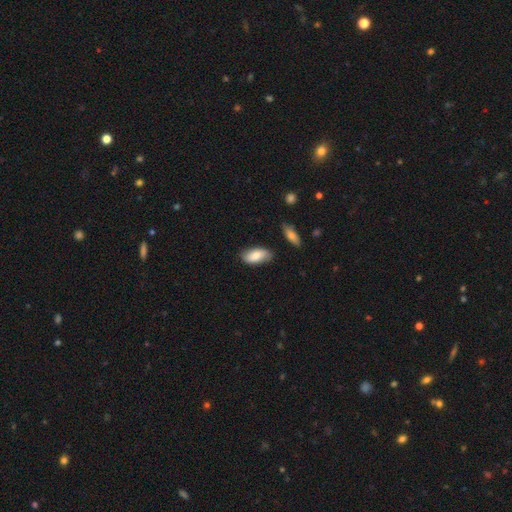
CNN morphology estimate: This is clearly a smooth galaxy (82%). How rounded: clearly in between (92%). Merging: likely none (76%).